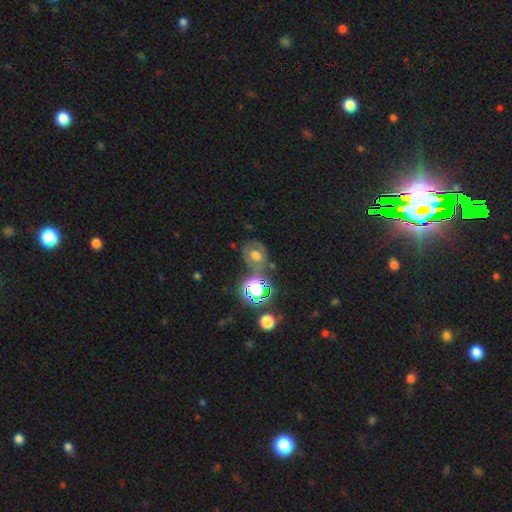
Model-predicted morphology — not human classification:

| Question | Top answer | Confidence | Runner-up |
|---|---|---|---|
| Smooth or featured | smooth | 41% | featured or disk (35%) |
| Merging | none | 60% | minor disturbance (20%) |